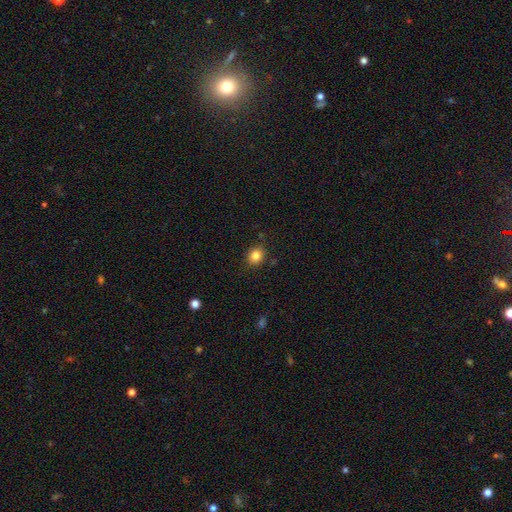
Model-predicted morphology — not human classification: This appears to be a smooth galaxy with no disk features (83%) that is round (72%). Merging: none (86%).